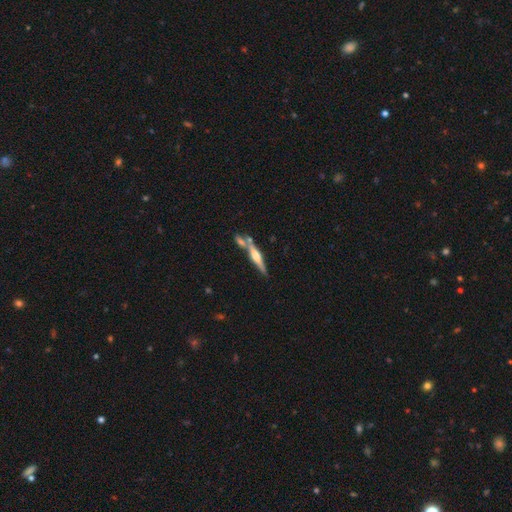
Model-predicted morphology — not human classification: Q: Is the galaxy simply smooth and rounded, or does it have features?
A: featured or disk — 70%.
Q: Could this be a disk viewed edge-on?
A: yes — 97%.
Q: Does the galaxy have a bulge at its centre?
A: rounded — 89%.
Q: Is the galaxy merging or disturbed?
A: none — 64%.